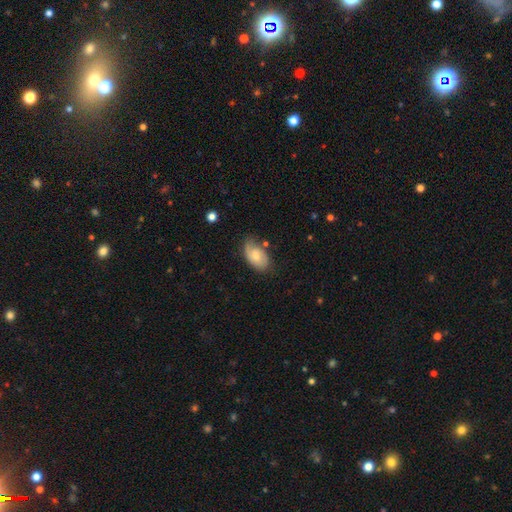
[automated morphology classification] The model was most divided on "smooth or featured": smooth: 56%, featured or disk: 37%, star or artifact: 7%. More confident: how rounded — in between (91%); merging — none (60%).